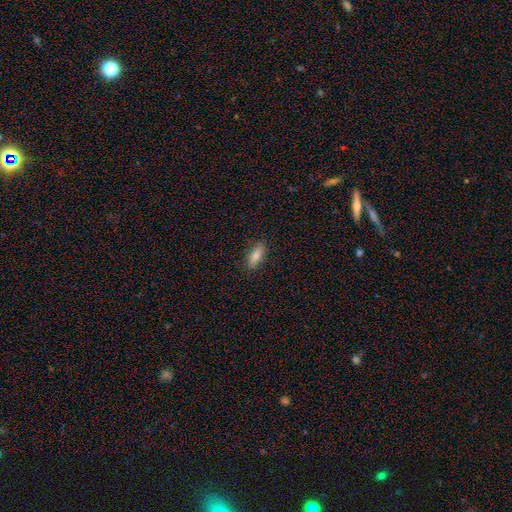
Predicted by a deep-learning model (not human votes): This appears to be a smooth galaxy with no disk features (84%) that is in between round and cigar-shaped (71%). Merging: none (86%).